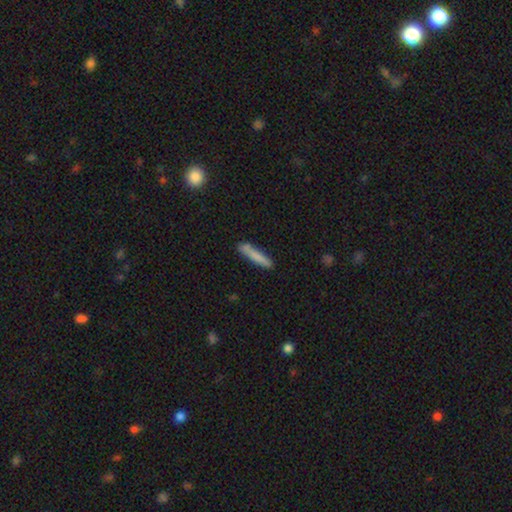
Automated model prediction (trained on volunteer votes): Overall: smooth (80%). How rounded: cigar-shaped (91%). Merging: none (79%).